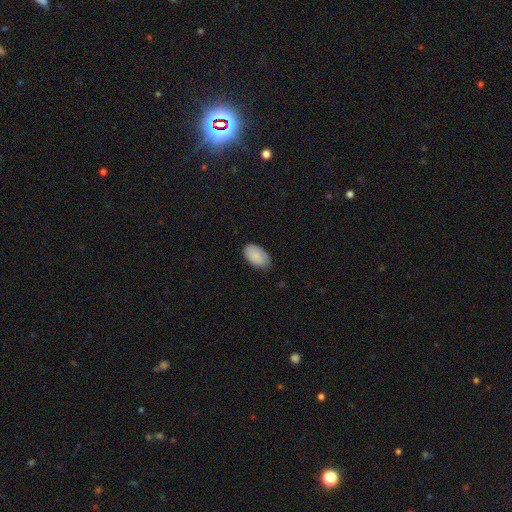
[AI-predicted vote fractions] This appears to be a smooth galaxy with no disk features (87%) that is in between round and cigar-shaped (94%). Merging: none (77%).